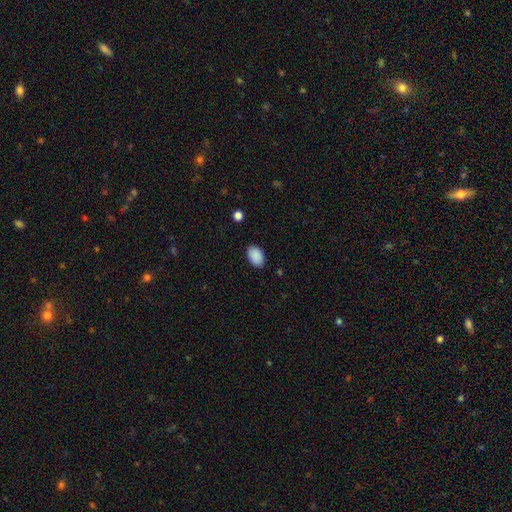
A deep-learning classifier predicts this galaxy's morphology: Q: Smooth or featured?
A: smooth (90%); runner-up: star or artifact (7%)
Q: How rounded?
A: in between (88%); runner-up: round (10%)
Q: Merging?
A: none (87%); runner-up: minor disturbance (10%)